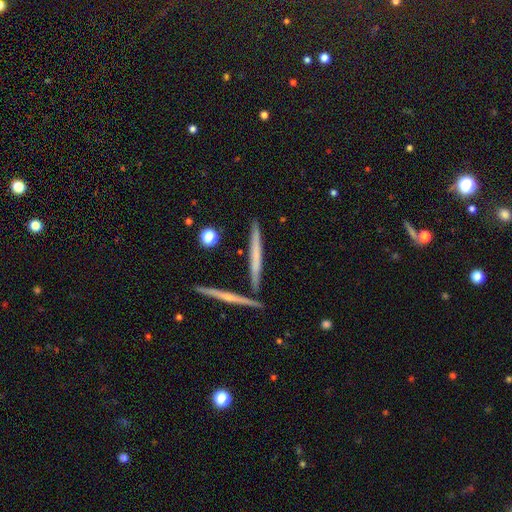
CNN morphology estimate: A featured or disk galaxy (52%) viewed edge-on (96%).

Vote fractions:
- Smooth or featured? featured or disk: 52% / smooth: 41% / star or artifact: 7%
- Edge-on disk? yes: 96% / no: 4%
- Merging? none: 83% / merger: 8% / minor disturbance: 8% / major disturbance: 2%